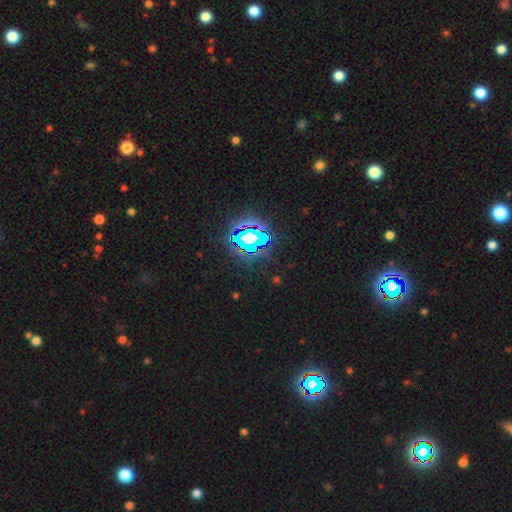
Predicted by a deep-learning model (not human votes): smooth-or-featured: star or artifact: 83% | smooth: 10% | featured or disk: 7%